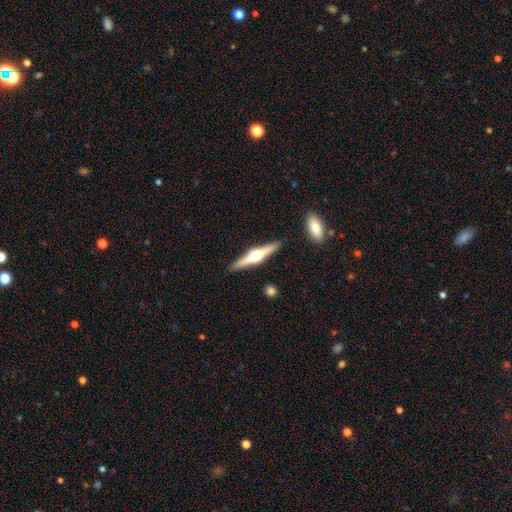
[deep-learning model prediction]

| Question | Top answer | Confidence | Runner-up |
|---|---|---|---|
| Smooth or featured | featured or disk | 73% | smooth (22%) |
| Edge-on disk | yes | 98% | no (2%) |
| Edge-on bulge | rounded | 95% | boxy (4%) |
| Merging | none | 90% | minor disturbance (7%) |